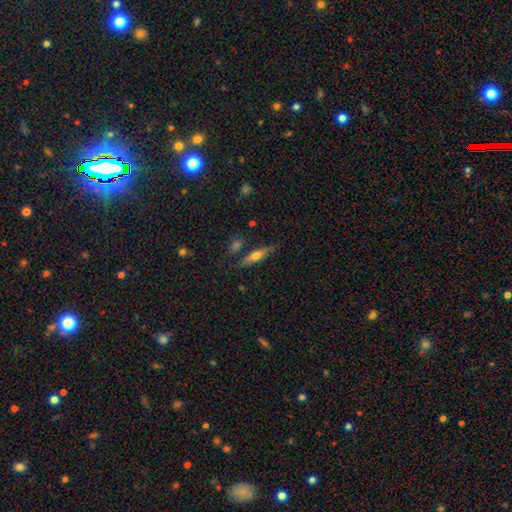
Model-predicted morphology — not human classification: smooth 51%, featured or disk 42%, star or artifact 7%. Down the decision tree: how rounded — cigar-shaped (72%); merging — none (77%).